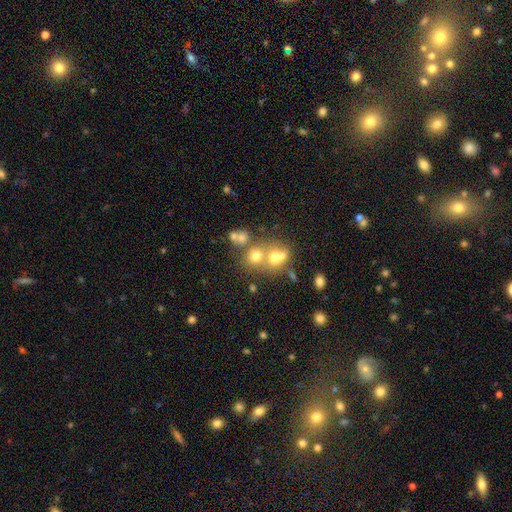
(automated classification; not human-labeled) Smooth or featured? smooth (63%)
How rounded? round (76%)
Merging? merger (46%)